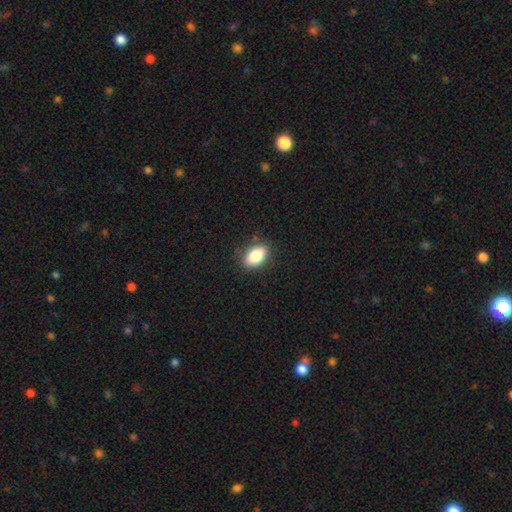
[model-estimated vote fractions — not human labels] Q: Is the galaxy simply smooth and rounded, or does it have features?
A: smooth — 85%.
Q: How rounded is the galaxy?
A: in between — 89%.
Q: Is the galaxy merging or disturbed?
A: none — 86%.